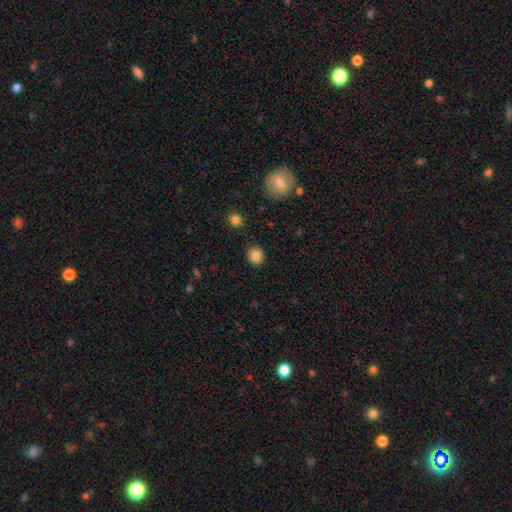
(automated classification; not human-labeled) Morphology: type=smooth (84%); roundness=round (79%); merging=none (89%).